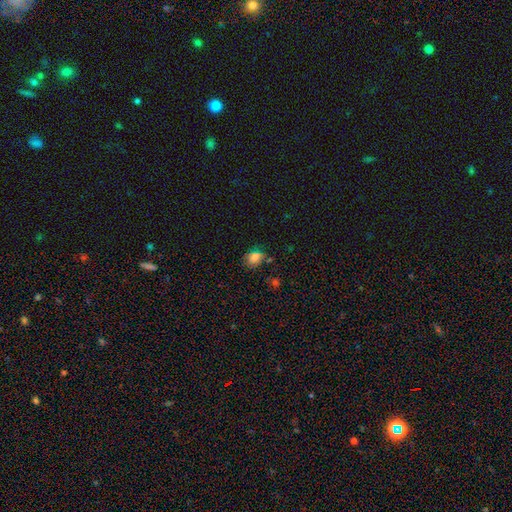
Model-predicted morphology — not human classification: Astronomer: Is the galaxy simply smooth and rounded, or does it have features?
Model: smooth — 75%.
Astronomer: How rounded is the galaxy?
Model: in between — 59% (runner-up: round, 40%).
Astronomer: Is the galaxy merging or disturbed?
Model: none — 69%.